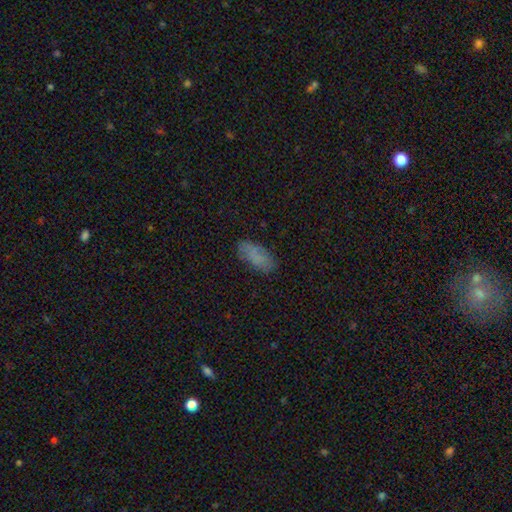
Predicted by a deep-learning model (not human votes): The model was most divided on "merging": none: 80%, minor disturbance: 15%, major disturbance: 4%, merger: 1%. More confident: how rounded — in between (87%); smooth or featured — smooth (78%).